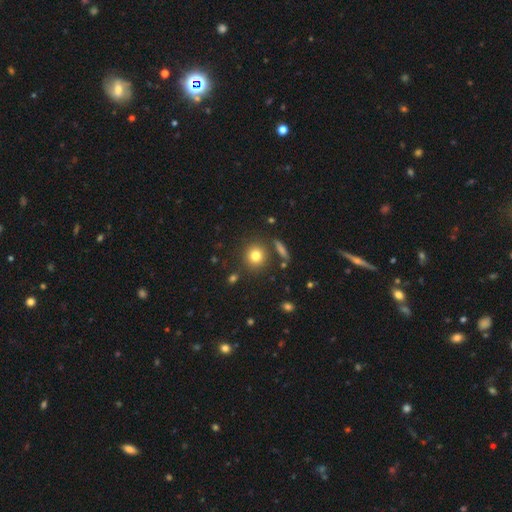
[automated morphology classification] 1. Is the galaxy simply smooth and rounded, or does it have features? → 78% smooth, 12% star or artifact, 10% featured or disk.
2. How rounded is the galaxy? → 88% round, 10% in between, 1% cigar-shaped.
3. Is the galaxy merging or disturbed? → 83% none, 8% minor disturbance, 6% merger, 3% major disturbance.